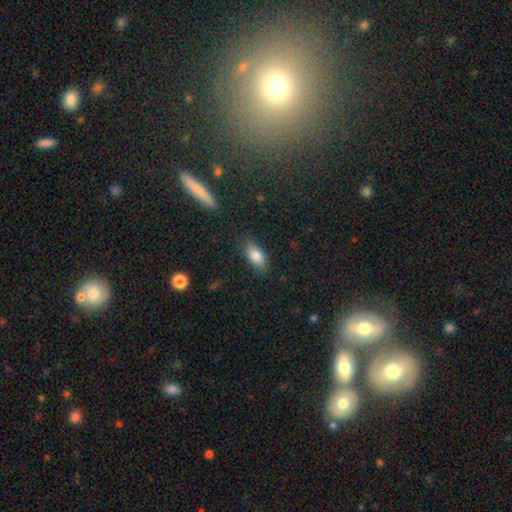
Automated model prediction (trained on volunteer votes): A smooth galaxy with no disk features (81%) that is in between round and cigar-shaped (87%).

Vote fractions:
- Smooth or featured? smooth: 81% / featured or disk: 11% / star or artifact: 8%
- How rounded? in between: 87% / cigar-shaped: 9% / round: 4%
- Merging? none: 81% / minor disturbance: 14% / major disturbance: 3% / merger: 1%